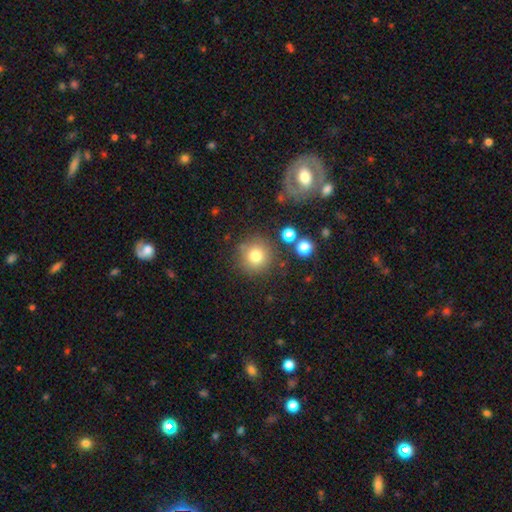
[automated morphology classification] The model was most divided on "smooth or featured": smooth: 79%, star or artifact: 12%, featured or disk: 9%. More confident: how rounded — round (93%); merging — none (79%).